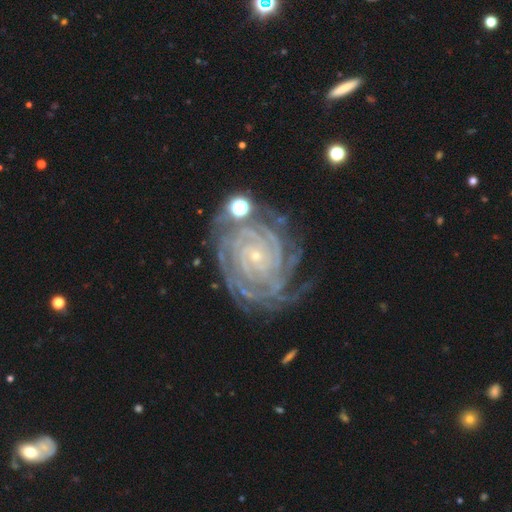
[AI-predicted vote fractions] This is clearly a featured or disk galaxy (91%). It is clearly not viewed edge-on (98%). Bar: likely no (74%). Spiral arm pattern: clearly yes (98%). Spiral arm count: marginally 4 (28%). Spiral winding: clearly tight (87%). Central bulge: clearly small (89%). Merging: likely none (70%).